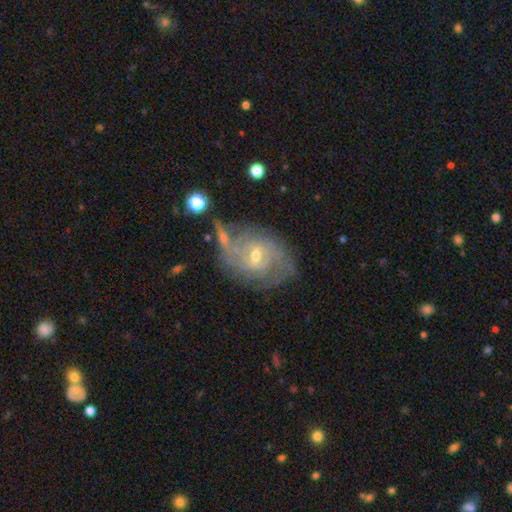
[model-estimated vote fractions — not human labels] A featured or disk galaxy (84%) with a weak bar (50%), tight (65%) spiral arms (93%) and a moderate central bulge (49%). Merging: none (57%).